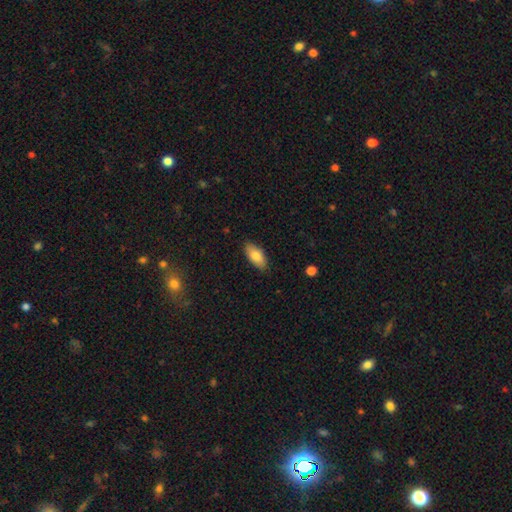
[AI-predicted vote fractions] A smooth galaxy with no disk features (82%) that is in between round and cigar-shaped (88%).

Vote fractions:
- Smooth or featured? smooth: 82% / featured or disk: 12% / star or artifact: 7%
- How rounded? in between: 88% / cigar-shaped: 10% / round: 2%
- Merging? none: 86% / minor disturbance: 11% / major disturbance: 2% / merger: 1%